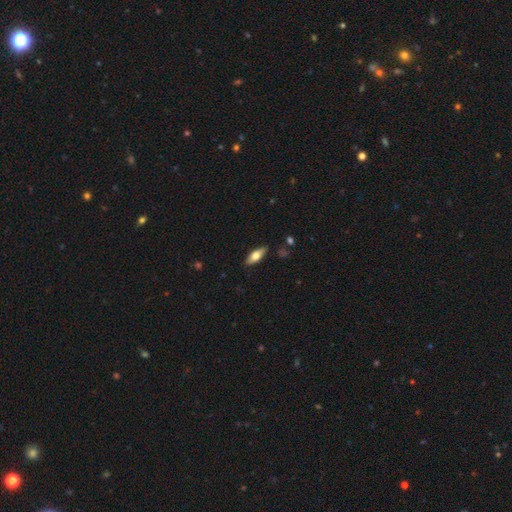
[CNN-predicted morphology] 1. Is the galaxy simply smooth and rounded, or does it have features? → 62% smooth, 32% featured or disk, 6% star or artifact.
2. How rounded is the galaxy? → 67% in between, 31% cigar-shaped, 3% round.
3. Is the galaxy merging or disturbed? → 87% none, 10% minor disturbance, 2% major disturbance, 1% merger.